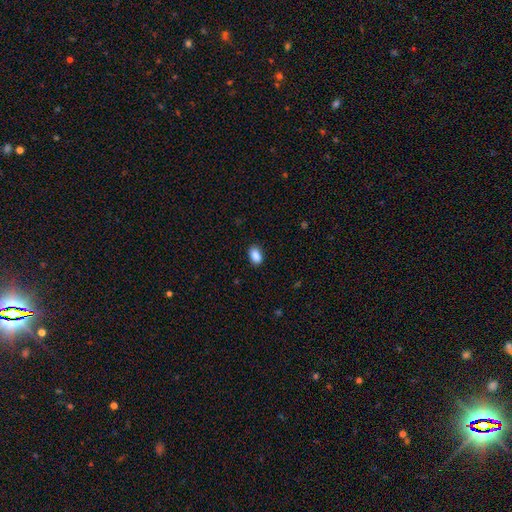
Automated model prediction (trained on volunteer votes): Morphology: type=smooth (89%); roundness=in between (90%); merging=none (88%).